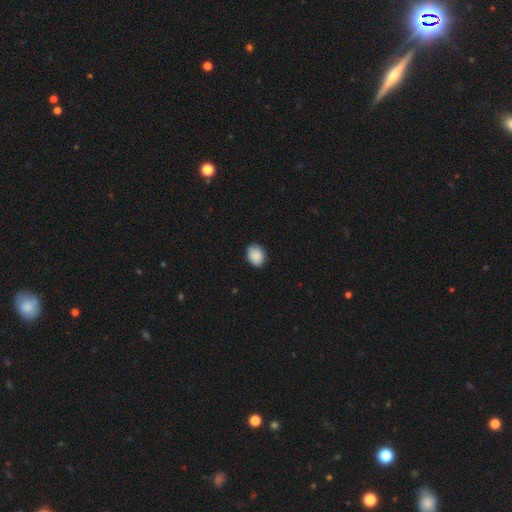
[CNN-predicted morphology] Smooth or featured: smooth — 90% (star or artifact — 7%)
How rounded: in between — 65% (round — 34%)
Merging: none — 86% (minor disturbance — 11%)